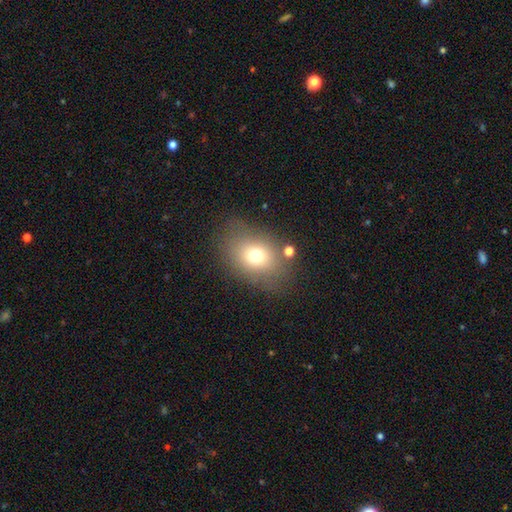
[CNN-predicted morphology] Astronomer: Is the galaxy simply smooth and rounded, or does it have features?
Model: smooth — 71%.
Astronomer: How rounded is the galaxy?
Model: in between — 66%.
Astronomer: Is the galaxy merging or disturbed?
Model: none — 74%.